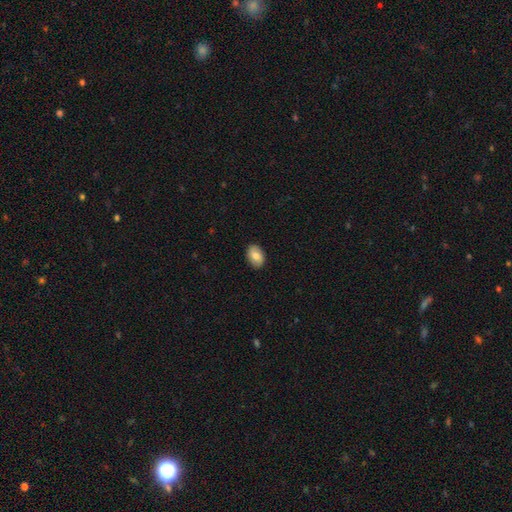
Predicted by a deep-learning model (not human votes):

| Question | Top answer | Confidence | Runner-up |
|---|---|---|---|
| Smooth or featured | smooth | 82% | featured or disk (11%) |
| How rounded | in between | 86% | round (13%) |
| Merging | none | 89% | minor disturbance (8%) |